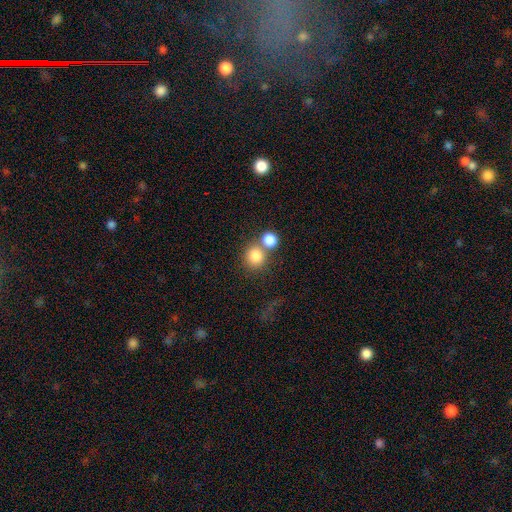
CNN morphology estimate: A smooth galaxy with no disk features (82%) that is round (86%).

Vote fractions:
- Smooth or featured? smooth: 82% / star or artifact: 10% / featured or disk: 8%
- How rounded? round: 86% / in between: 13% / cigar-shaped: 1%
- Merging? none: 47% / merger: 41% / minor disturbance: 7% / major disturbance: 4%